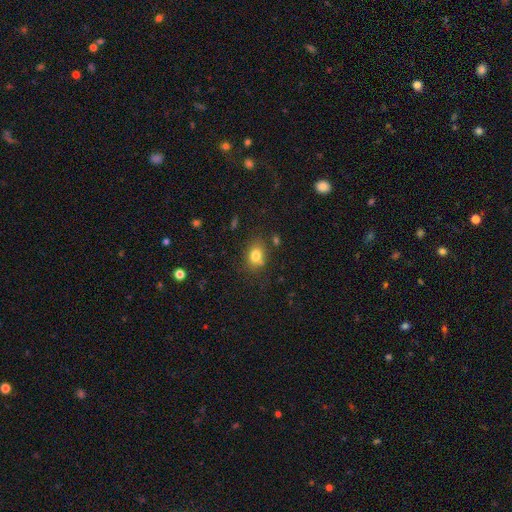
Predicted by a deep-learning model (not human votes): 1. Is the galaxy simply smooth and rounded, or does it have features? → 79% smooth, 11% star or artifact, 10% featured or disk.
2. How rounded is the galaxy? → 58% in between, 41% round, 1% cigar-shaped.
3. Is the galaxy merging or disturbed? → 69% none, 18% minor disturbance, 8% merger, 5% major disturbance.